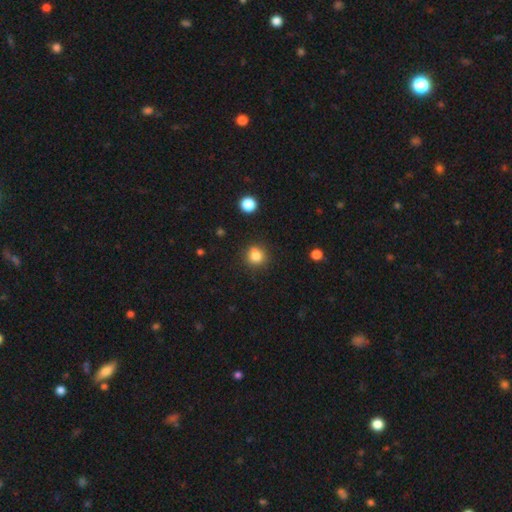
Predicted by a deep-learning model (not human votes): Smooth or featured? smooth (83%)
How rounded? round (90%)
Merging? none (85%)